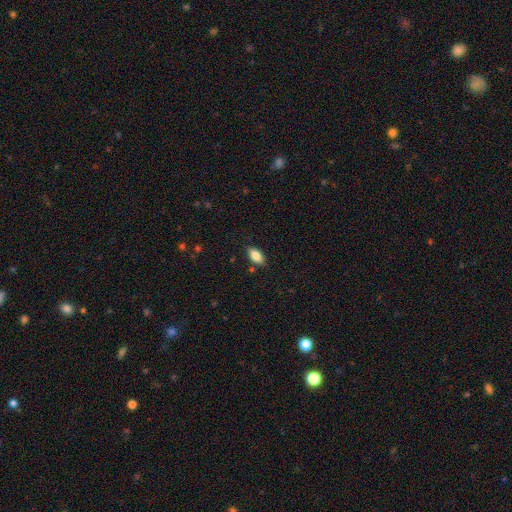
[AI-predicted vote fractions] Morphology: type=smooth (81%); roundness=in between (90%); merging=none (84%).